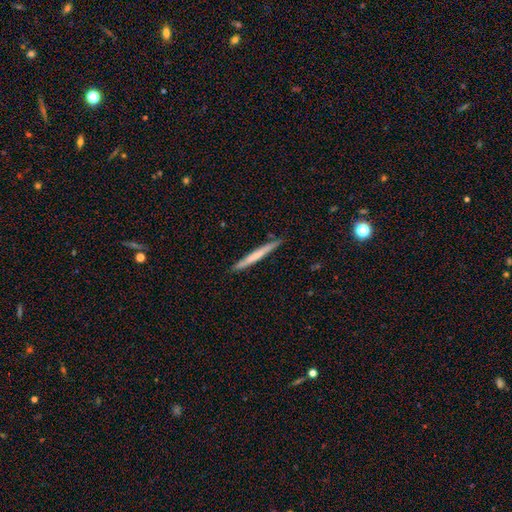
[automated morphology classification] Q: Smooth or featured?
A: smooth (56%); runner-up: featured or disk (38%)
Q: How rounded?
A: cigar-shaped (97%); runner-up: in between (2%)
Q: Merging?
A: none (90%); runner-up: minor disturbance (8%)